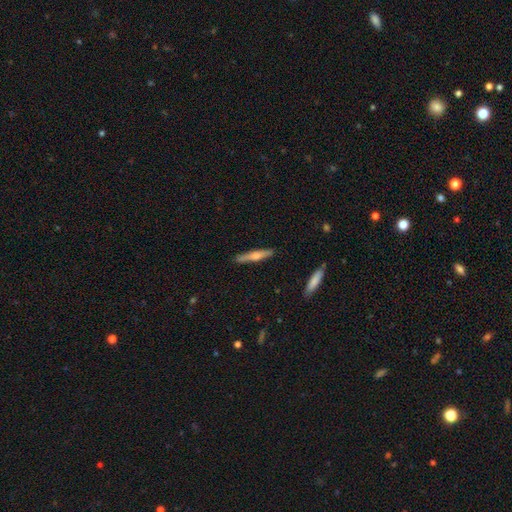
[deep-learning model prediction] Smooth or featured: smooth — 50% (featured or disk — 44%)
How rounded: cigar-shaped — 91% (in between — 8%)
Merging: none — 89% (minor disturbance — 8%)